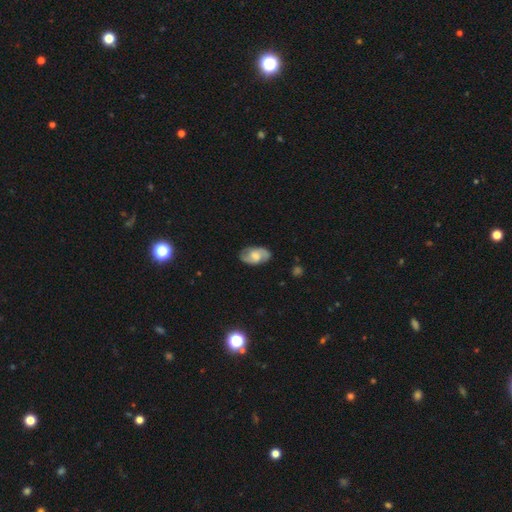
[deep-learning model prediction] A featured or disk galaxy (59%) with no bar (50%), spiral arms (86%) and a moderate central bulge (46%).

Vote fractions:
- Smooth or featured? featured or disk: 59% / smooth: 34% / star or artifact: 7%
- Edge-on disk? no: 95% / yes: 5%
- Bar? no: 50% / weak: 42% / strong: 9%
- Spiral arms? yes: 86% / no: 14%
- Bulge size? moderate: 46% / small: 22% / large: 19% / none: 10% / dominant: 2%
- Merging? none: 80% / minor disturbance: 15% / major disturbance: 4% / merger: 1%